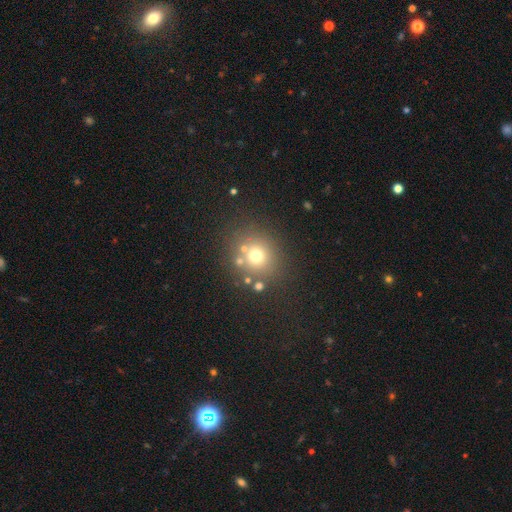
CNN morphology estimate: A smooth galaxy with no disk features (67%) that is round (86%). Merging: none (75%).